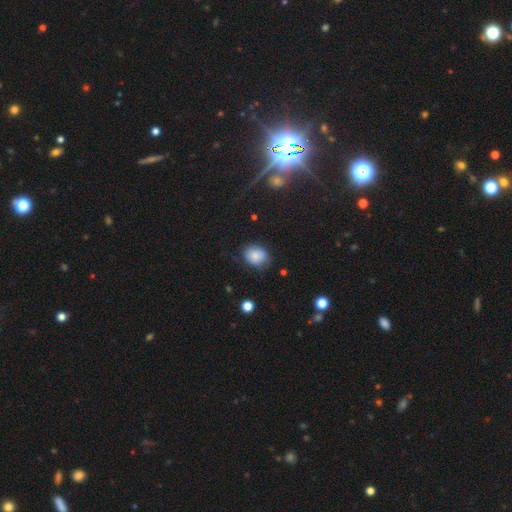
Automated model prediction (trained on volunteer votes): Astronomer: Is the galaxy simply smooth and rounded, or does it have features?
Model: smooth — 83%.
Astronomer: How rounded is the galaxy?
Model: in between — 51% (runner-up: round, 48%).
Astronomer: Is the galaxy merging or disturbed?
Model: none — 70%.